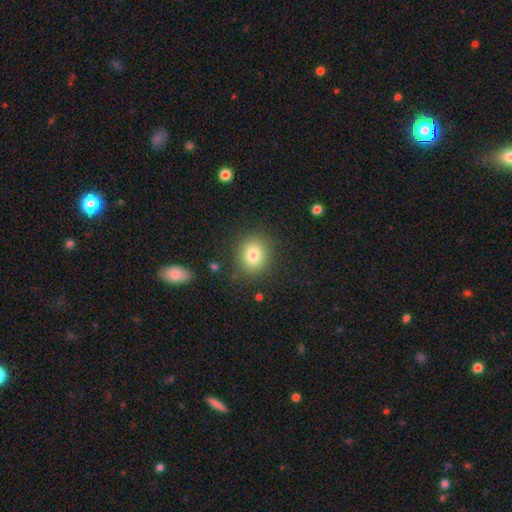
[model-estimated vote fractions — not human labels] Morphology: type=smooth (66%); roundness=round (79%); merging=none (86%).